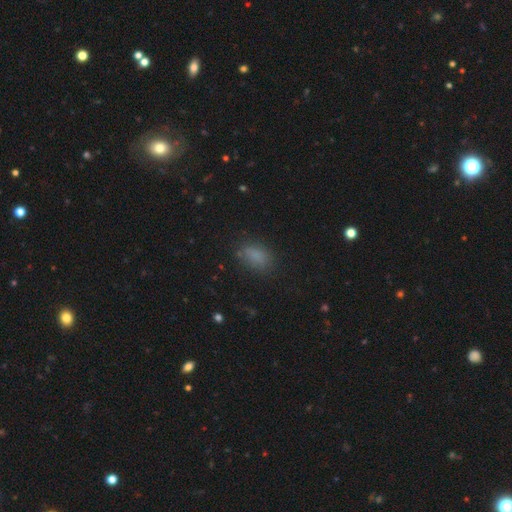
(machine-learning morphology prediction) Smooth or featured?
  - smooth: 80% *
  - star or artifact: 13%
  - featured or disk: 7%
How rounded?
  - in between: 85% *
  - round: 11%
  - cigar-shaped: 4%
Merging?
  - none: 73% *
  - minor disturbance: 18%
  - major disturbance: 7%
  - merger: 2%